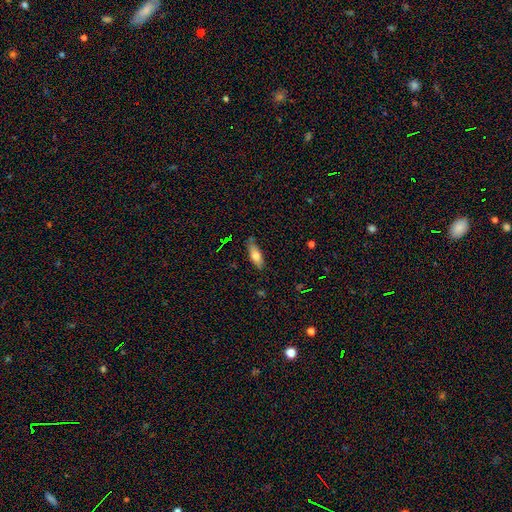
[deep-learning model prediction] Smooth or featured? Predicted: smooth (p=0.70). How rounded? Predicted: in between (p=0.64). Merging? Predicted: none (p=0.76).